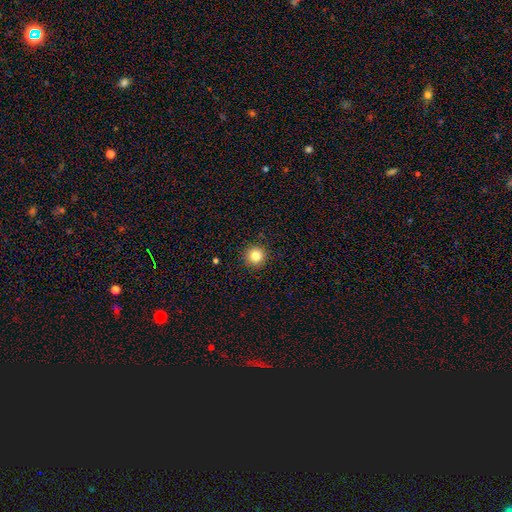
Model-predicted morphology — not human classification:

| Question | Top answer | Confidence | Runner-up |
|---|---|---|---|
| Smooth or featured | smooth | 82% | star or artifact (12%) |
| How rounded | round | 95% | in between (4%) |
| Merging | none | 92% | minor disturbance (6%) |